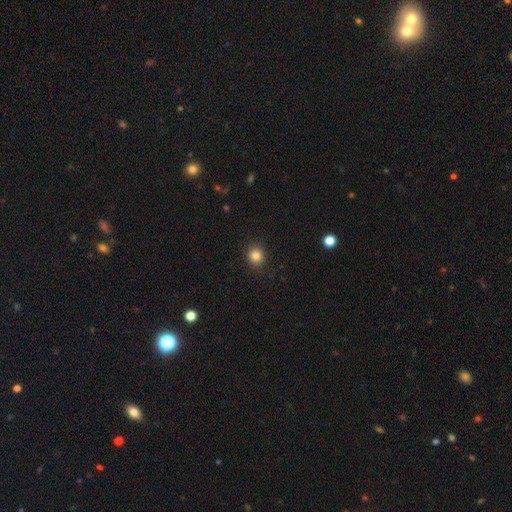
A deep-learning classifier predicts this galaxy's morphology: Q: Smooth or featured?
A: smooth (83%); runner-up: star or artifact (12%)
Q: How rounded?
A: round (83%); runner-up: in between (16%)
Q: Merging?
A: none (89%); runner-up: minor disturbance (8%)